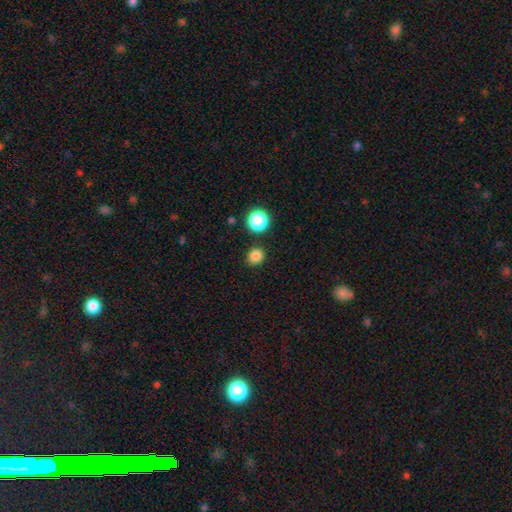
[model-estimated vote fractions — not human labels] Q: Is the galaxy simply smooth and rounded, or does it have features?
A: smooth — 83%.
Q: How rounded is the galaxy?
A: round — 81%.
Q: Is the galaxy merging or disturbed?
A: none — 86%.